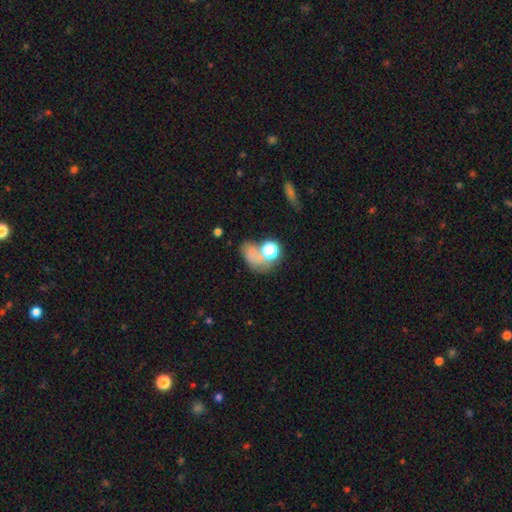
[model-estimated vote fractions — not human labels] Smooth or featured? smooth (58%)
How rounded? in between (58%)
Merging? merger (30%, tied with none)